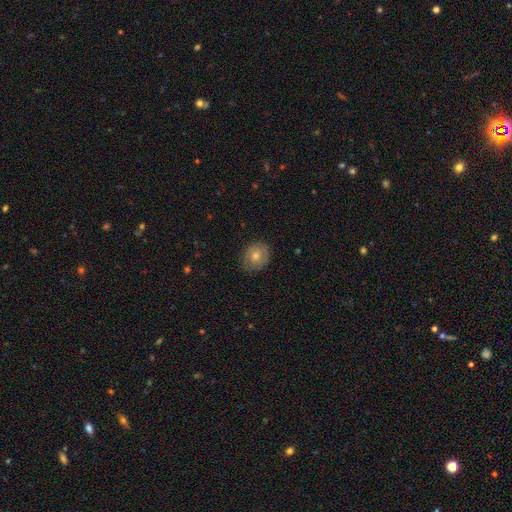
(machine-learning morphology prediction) The model was most divided on "smooth or featured": smooth: 56%, featured or disk: 33%, star or artifact: 11%. More confident: merging — none (83%); how rounded — round (70%).